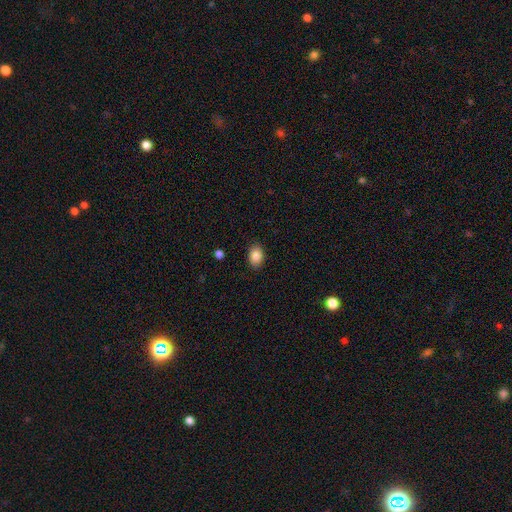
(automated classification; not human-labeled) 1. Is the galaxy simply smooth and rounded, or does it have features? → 87% smooth, 8% star or artifact, 5% featured or disk.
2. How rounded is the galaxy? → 80% in between, 19% round, 1% cigar-shaped.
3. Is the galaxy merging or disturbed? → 87% none, 10% minor disturbance, 2% major disturbance, 1% merger.